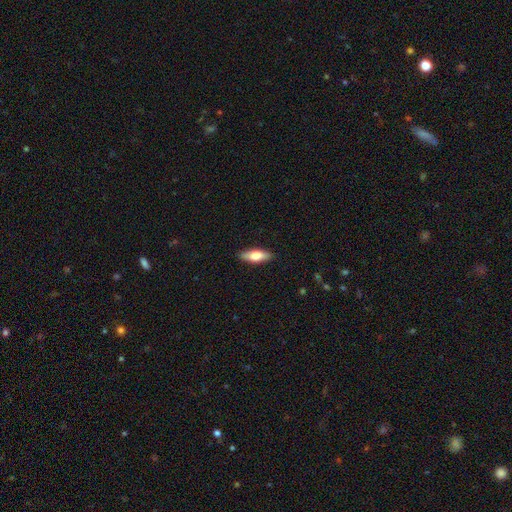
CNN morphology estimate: A smooth galaxy with no disk features (71%) that is in between round and cigar-shaped (63%). Merging: none (88%).